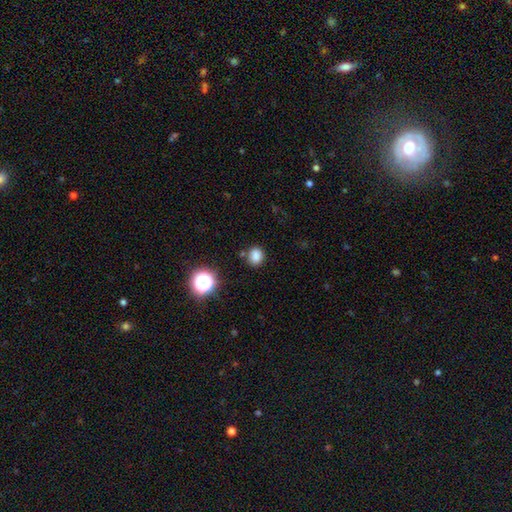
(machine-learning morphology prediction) This appears to be a smooth galaxy with no disk features (81%) that is round (64%). Merging: none (81%).